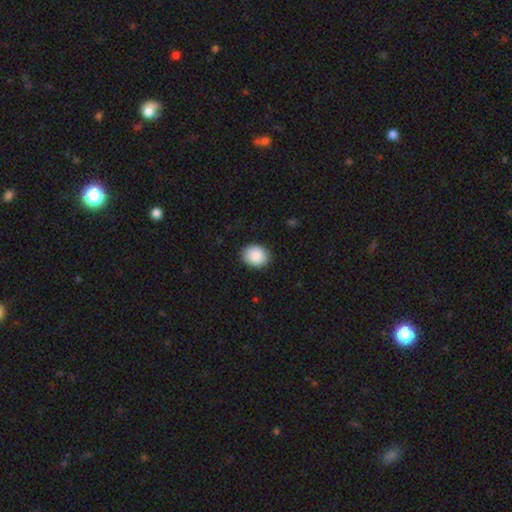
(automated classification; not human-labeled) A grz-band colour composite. It shows a smooth galaxy with no disk features (90%) that is round (55%). Merging: none (89%).